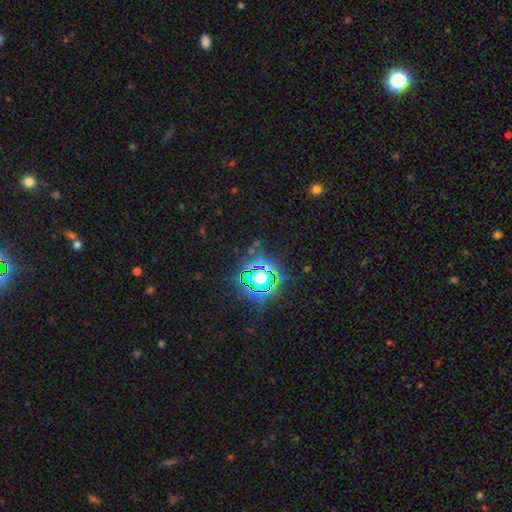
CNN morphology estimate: Overall: star or artifact (82%).